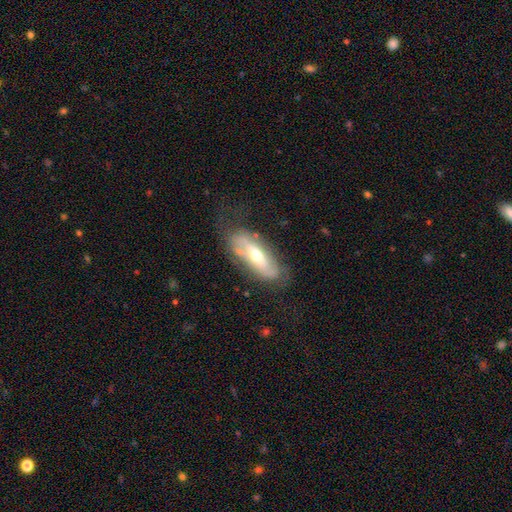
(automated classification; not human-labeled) Morphology: type=featured or disk (61%); edge-on=no (76%); merging=none (63%).